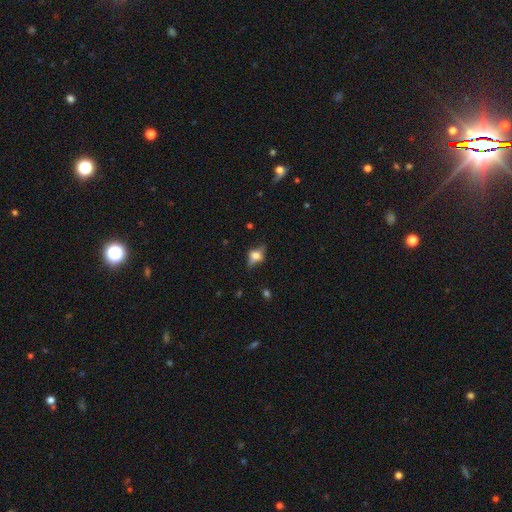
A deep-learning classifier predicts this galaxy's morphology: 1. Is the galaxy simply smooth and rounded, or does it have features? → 45% featured or disk, 44% smooth, 11% star or artifact.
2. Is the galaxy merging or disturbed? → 67% none, 22% minor disturbance, 9% major disturbance, 2% merger.